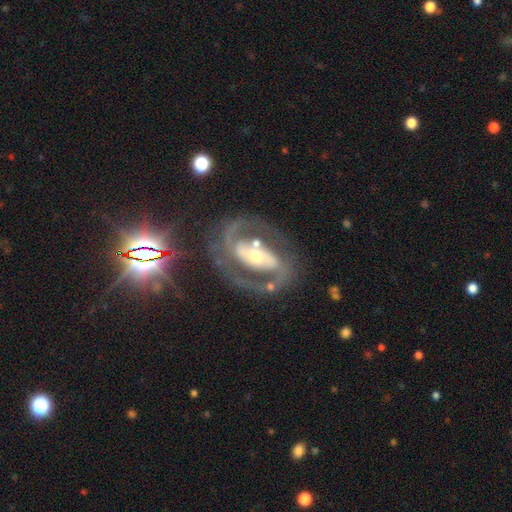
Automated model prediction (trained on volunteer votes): smooth_or_featured: featured or disk (p=0.89) [alt: star or artifact p=0.06]
disk_edge_on: no (p=0.97) [alt: yes p=0.03]
bar: strong (p=0.55) [alt: weak p=0.25]
has_spiral_arms: yes (p=0.93) [alt: no p=0.07]
spiral_winding: medium (p=0.56) [alt: tight p=0.29]
spiral_arm_count: 2 (p=0.92) [alt: can't tell p=0.03]
bulge_size: moderate (p=0.54) [alt: small p=0.35]
merging: none (p=0.75) [alt: minor disturbance p=0.13]